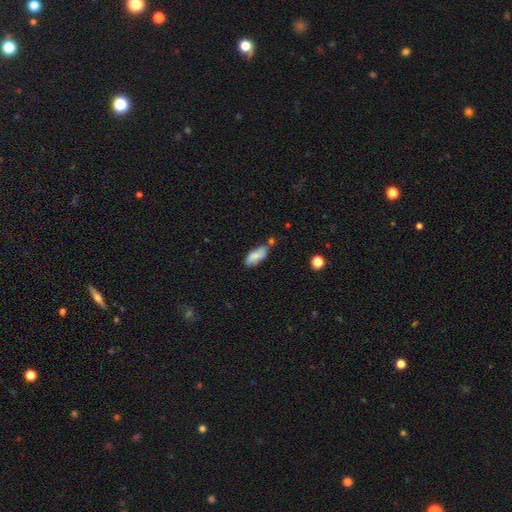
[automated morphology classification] Overall: smooth (82%). How rounded: in between (81%). Merging: none (61%; minor disturbance 22%).